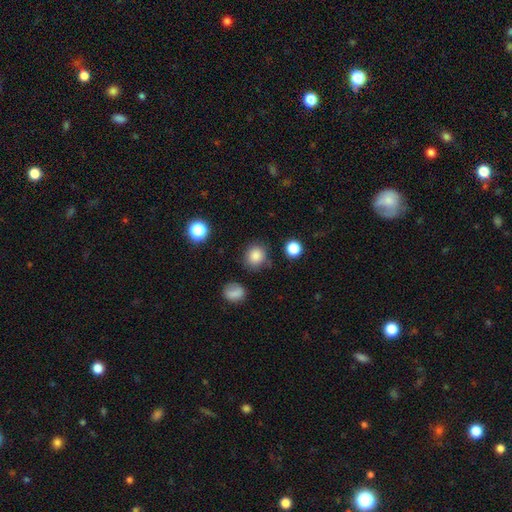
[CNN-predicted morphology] Overall: smooth (84%). How rounded: round (82%). Merging: none (78%).